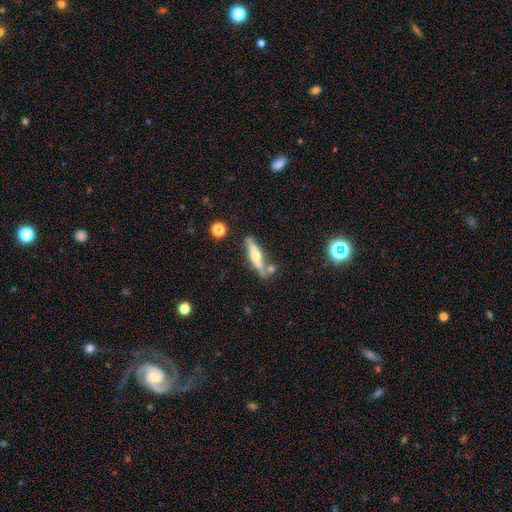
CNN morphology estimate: Q: Smooth or featured?
A: featured or disk (55%); runner-up: smooth (39%)
Q: Edge-on disk?
A: yes (84%); runner-up: no (16%)
Q: Merging?
A: none (63%); runner-up: minor disturbance (17%)